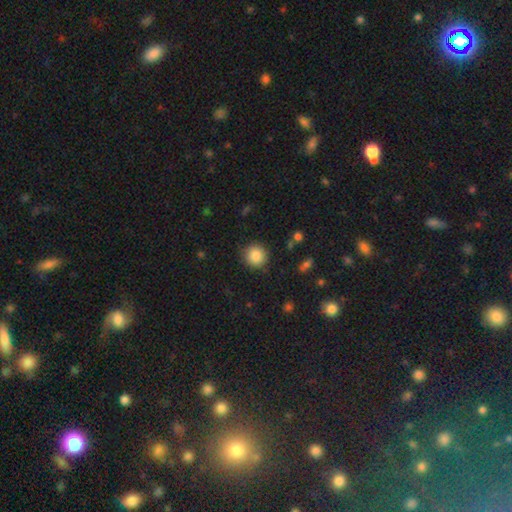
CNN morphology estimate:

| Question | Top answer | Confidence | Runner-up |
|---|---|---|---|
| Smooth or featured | smooth | 85% | star or artifact (9%) |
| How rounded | round | 92% | in between (7%) |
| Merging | none | 88% | minor disturbance (9%) |